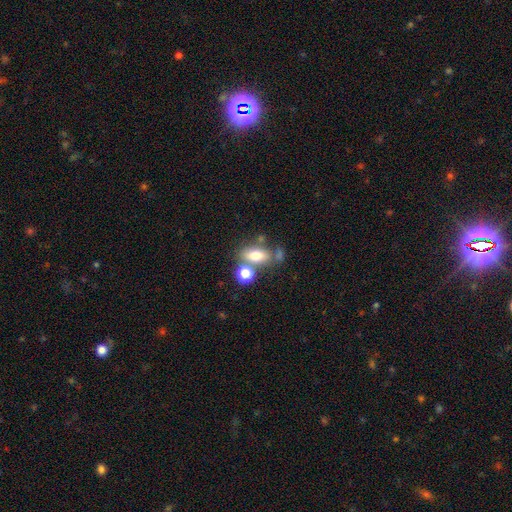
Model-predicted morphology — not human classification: The model was most divided on "merging": none: 54%, merger: 25%, minor disturbance: 14%, major disturbance: 7%. More confident: how rounded — in between (78%); smooth or featured — smooth (71%).